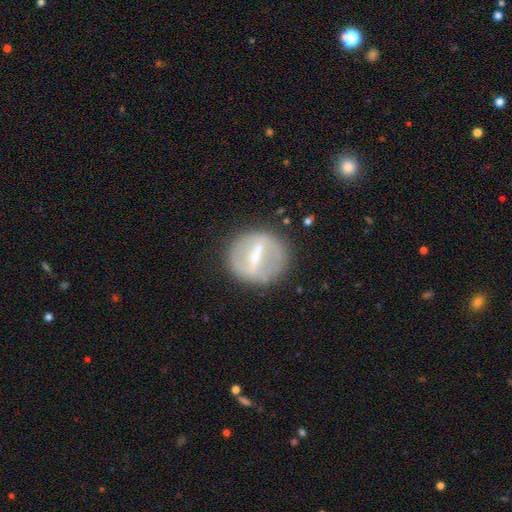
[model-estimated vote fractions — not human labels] Smooth or featured? featured or disk (69%)
Edge-on disk? no (89%)
Bar? strong (73%)
Spiral arms? no (75%)
Bulge size? small (47%)
Merging? none (78%)